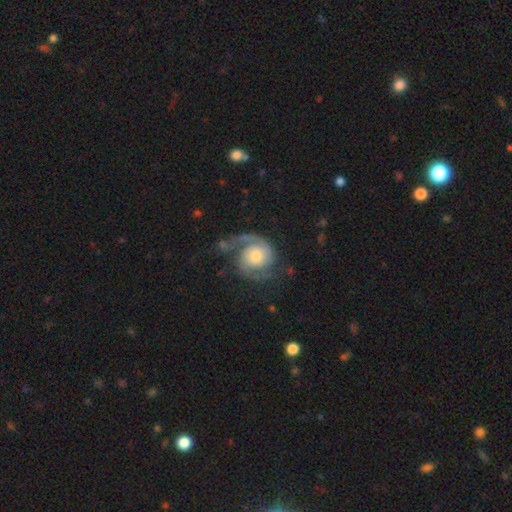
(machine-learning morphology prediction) A featured or disk galaxy (86%) with no bar (72%), 2 (82%) medium (45%) spiral arms (97%) and a moderate central bulge (51%).

Vote fractions:
- Smooth or featured? featured or disk: 86% / smooth: 9% / star or artifact: 5%
- Edge-on disk? no: 98% / yes: 2%
- Bar? no: 72% / weak: 23% / strong: 5%
- Spiral arms? yes: 97% / no: 3%
- Spiral winding? medium: 45% / tight: 34% / loose: 21%
- Spiral arm count? 2: 82% / 1: 10% / can't tell: 3% / 3: 2% / 4: 1% / more than 4: 1%
- Bulge size? moderate: 51% / small: 35% / large: 10% / none: 2% / dominant: 2%
- Merging? none: 64% / minor disturbance: 17% / major disturbance: 16% / merger: 3%